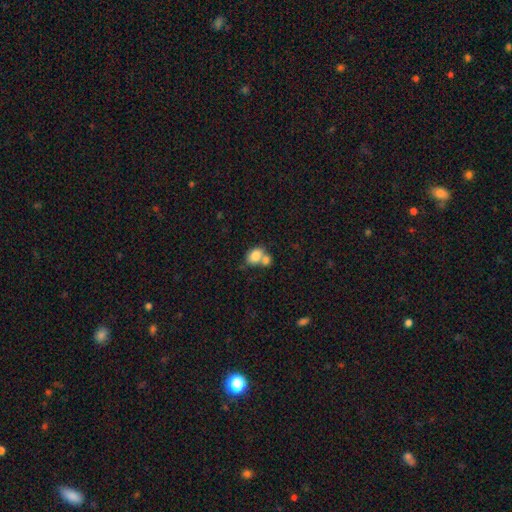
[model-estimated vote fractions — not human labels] This is clearly a smooth galaxy (80%). How rounded: likely in between (67%). Merging: possibly merger (57%).